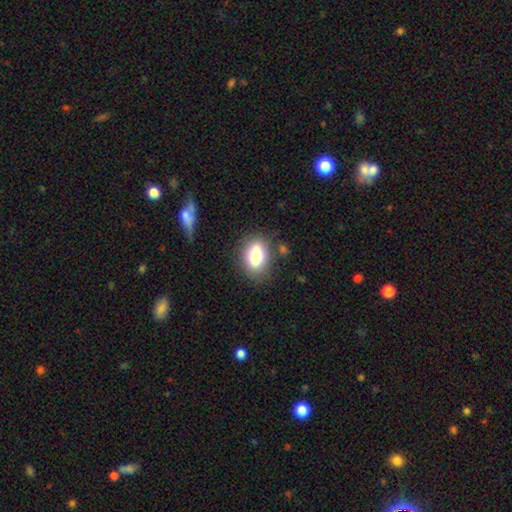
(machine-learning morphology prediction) This is likely a smooth galaxy (77%). How rounded: clearly in between (81%). Merging: clearly none (81%).